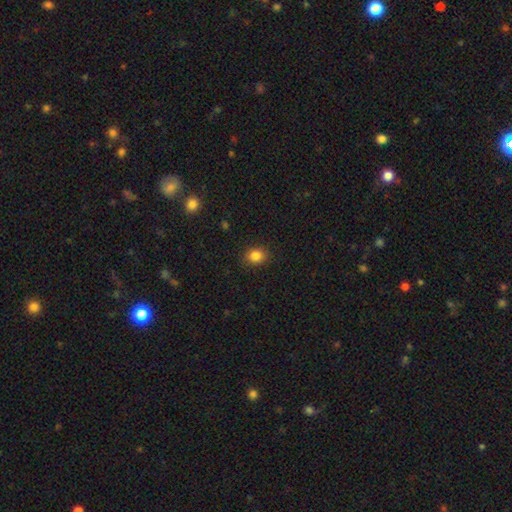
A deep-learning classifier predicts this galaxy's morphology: Smooth or featured: smooth — 84% (star or artifact — 11%)
How rounded: round — 59% (in between — 40%)
Merging: none — 88% (minor disturbance — 9%)